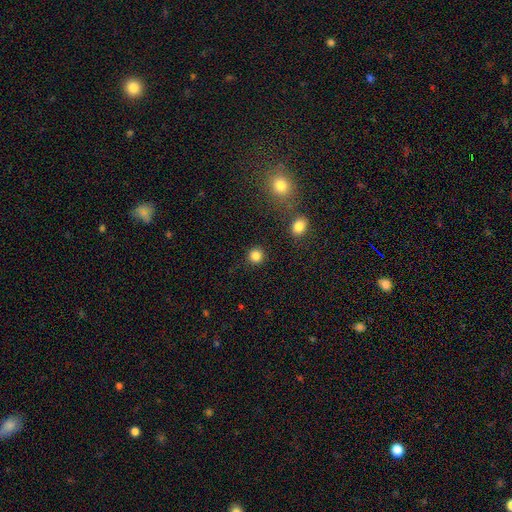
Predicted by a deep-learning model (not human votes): Smooth or featured? smooth (85%)
How rounded? round (93%)
Merging? none (90%)